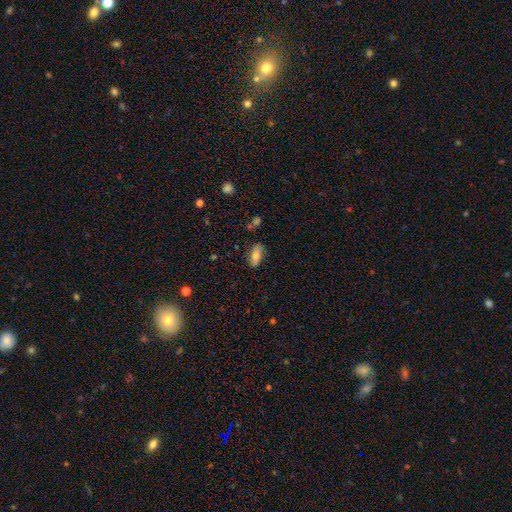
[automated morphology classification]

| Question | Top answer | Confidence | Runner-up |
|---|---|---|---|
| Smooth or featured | smooth | 71% | featured or disk (21%) |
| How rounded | in between | 84% | cigar-shaped (12%) |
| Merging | none | 77% | minor disturbance (16%) |